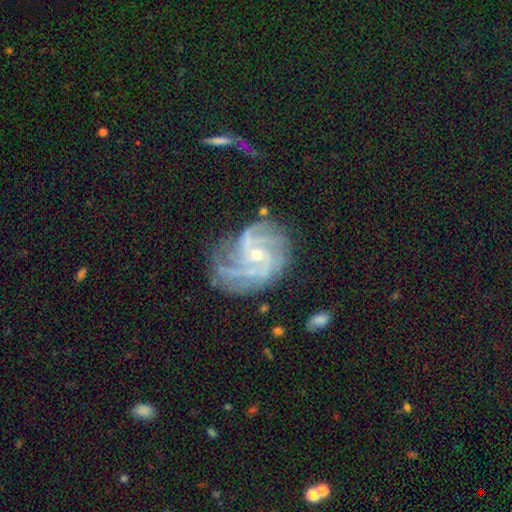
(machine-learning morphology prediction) type=featured or disk (89%); edge-on=no (98%); bar=no (57%); spiral arms=yes (97%); winding=tight (44%); arm count=3 (28%); bulge=small (62%); merging=none (65%).